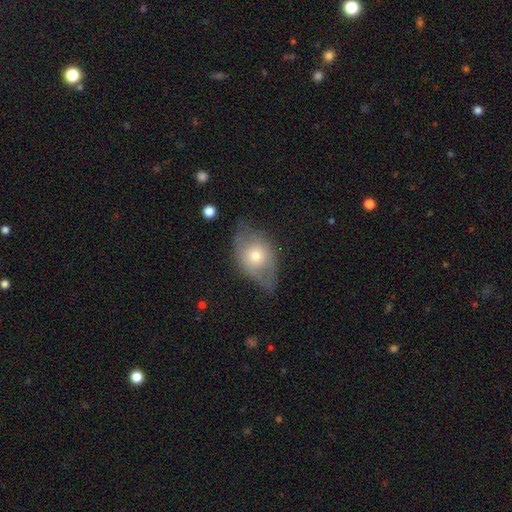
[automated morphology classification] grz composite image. It shows a smooth galaxy with no disk features (50%). Merging: none (60%).